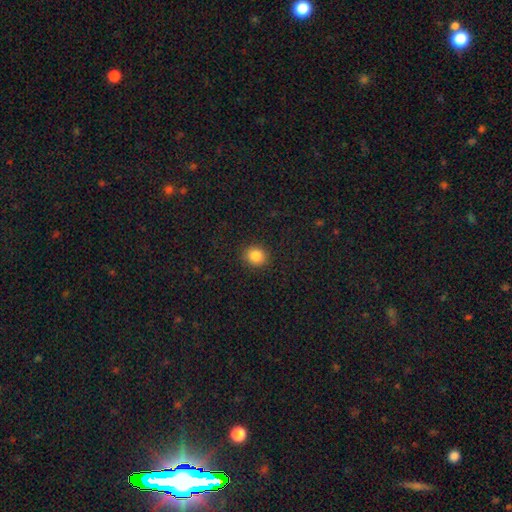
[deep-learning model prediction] Smooth or featured: smooth — 85% (star or artifact — 10%)
How rounded: round — 79% (in between — 20%)
Merging: none — 91% (minor disturbance — 6%)